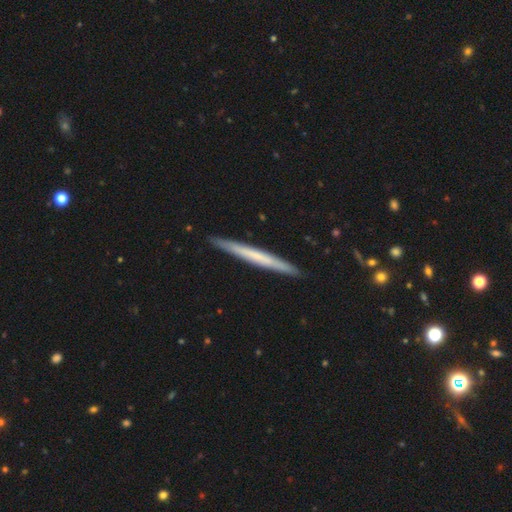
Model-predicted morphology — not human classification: A smooth galaxy with no disk features (48%).

Vote fractions:
- Smooth or featured? smooth: 48% / featured or disk: 46% / star or artifact: 5%
- Merging? none: 91% / minor disturbance: 6% / major disturbance: 1% / merger: 1%